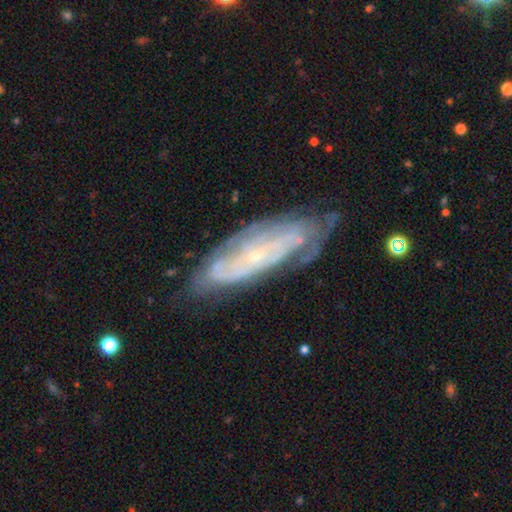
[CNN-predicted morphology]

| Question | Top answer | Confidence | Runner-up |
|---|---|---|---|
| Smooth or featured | featured or disk | 80% | smooth (13%) |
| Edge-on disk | no | 86% | yes (14%) |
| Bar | no | 72% | weak (20%) |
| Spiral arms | yes | 89% | no (11%) |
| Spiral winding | tight | 68% | medium (25%) |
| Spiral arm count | can't tell | 49% | 2 (22%) |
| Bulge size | small | 84% | moderate (12%) |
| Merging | none | 69% | minor disturbance (21%) |